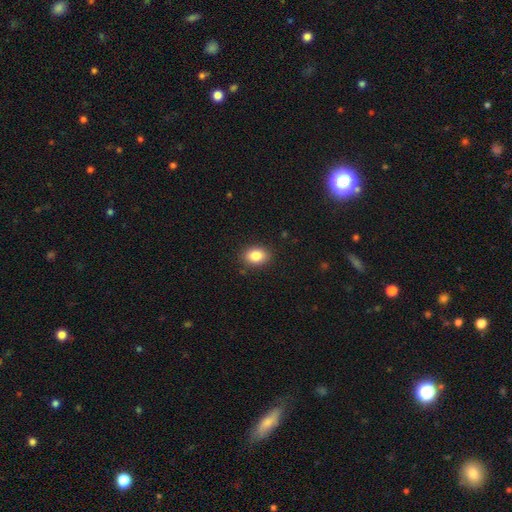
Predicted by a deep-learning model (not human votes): Overall: smooth (85%). How rounded: in between (71%). Merging: none (88%).